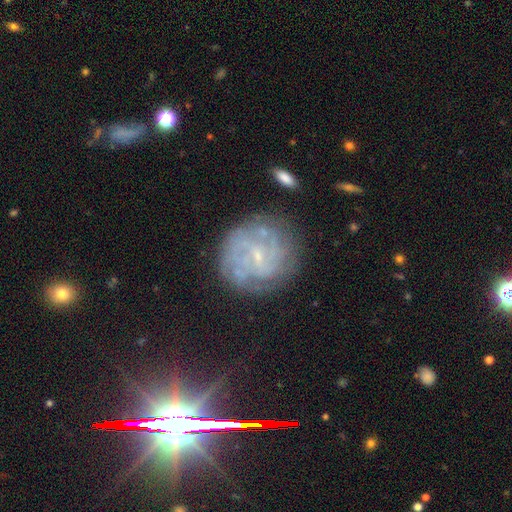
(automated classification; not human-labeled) Smooth or featured: featured or disk — 75% (smooth — 15%)
Edge-on disk: no — 97% (yes — 3%)
Bar: weak — 45% (no — 44%)
Spiral arms: yes — 85% (no — 15%)
Spiral winding: tight — 61% (medium — 28%)
Spiral arm count: can't tell — 47% (4 — 14%)
Bulge size: small — 77% (none — 10%)
Merging: none — 74% (minor disturbance — 16%)